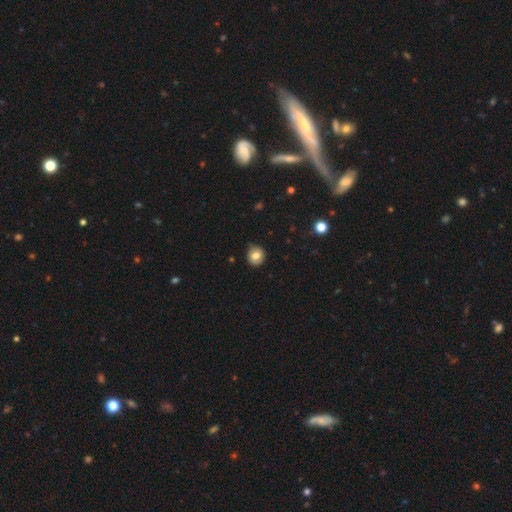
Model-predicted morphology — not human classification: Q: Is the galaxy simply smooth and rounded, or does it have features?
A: smooth — 75%.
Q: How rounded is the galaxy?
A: round — 81%.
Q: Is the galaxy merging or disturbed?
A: none — 80%.